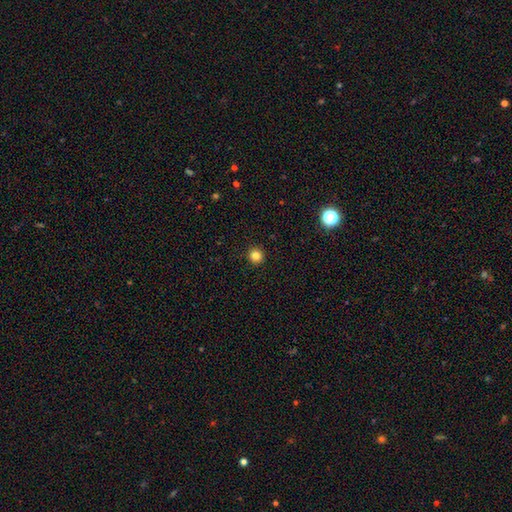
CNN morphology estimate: This is clearly a smooth galaxy (83%). How rounded: clearly round (93%). Merging: clearly none (93%).